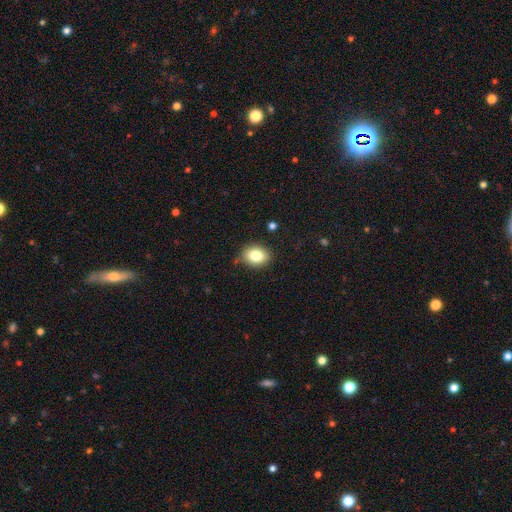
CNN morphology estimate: A smooth galaxy with no disk features (81%) that is in between round and cigar-shaped (59%). Merging: none (85%).